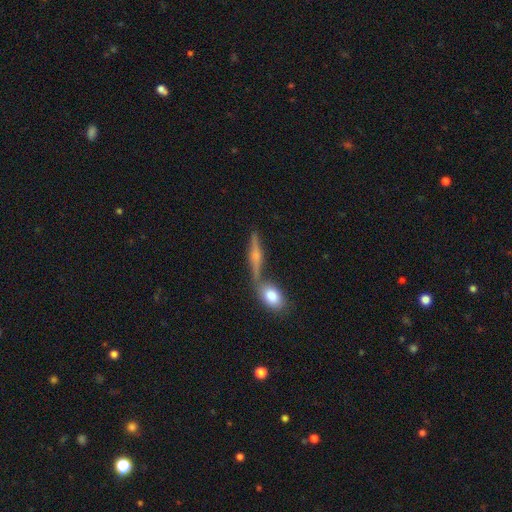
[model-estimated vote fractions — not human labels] This is likely a featured or disk galaxy (61%). It is clearly viewed edge-on (93%). Edge-on bulge: clearly rounded (83%). Merging: likely none (63%).